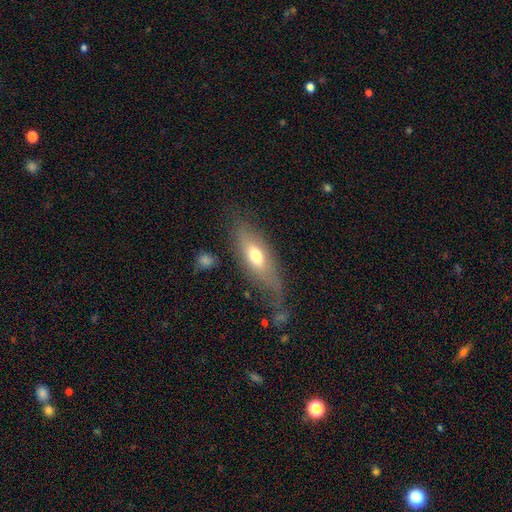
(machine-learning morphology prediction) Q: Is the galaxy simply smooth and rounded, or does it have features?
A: smooth — 56%.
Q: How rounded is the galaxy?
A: in between — 64%.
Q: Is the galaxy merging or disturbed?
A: none — 58%.